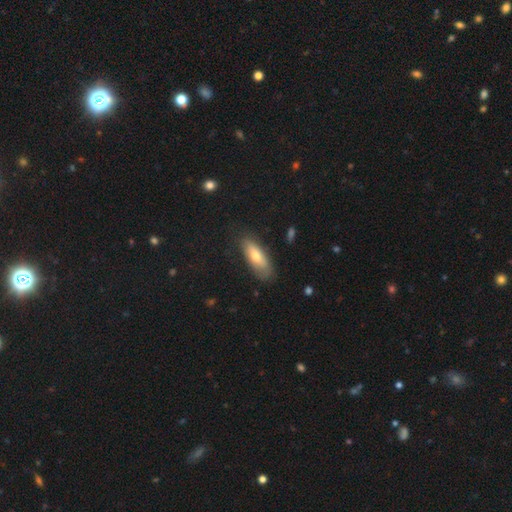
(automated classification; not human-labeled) smooth_or_featured: smooth (p=0.68) [alt: featured or disk p=0.25]
how_rounded: in between (p=0.68) [alt: cigar-shaped p=0.29]
merging: none (p=0.76) [alt: minor disturbance p=0.18]